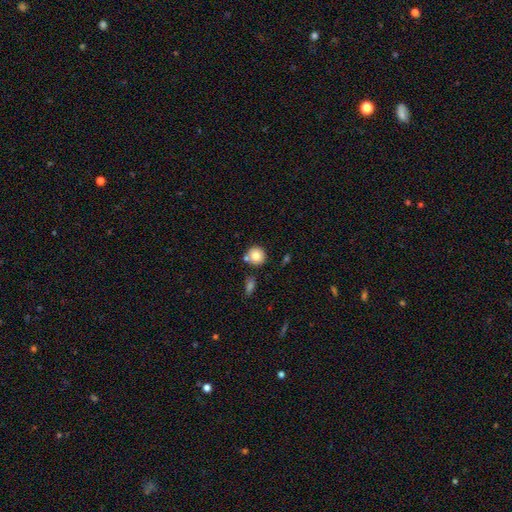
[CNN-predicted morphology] smooth 82%, featured or disk 9%, star or artifact 9%. Down the decision tree: how rounded — round (89%); merging — none (71%).